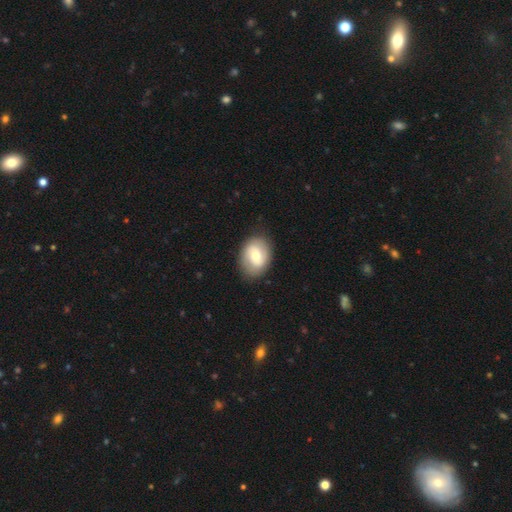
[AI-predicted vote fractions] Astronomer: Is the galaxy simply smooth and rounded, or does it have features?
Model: smooth — 56% (runner-up: featured or disk, 37%).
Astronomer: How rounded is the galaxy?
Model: in between — 70%.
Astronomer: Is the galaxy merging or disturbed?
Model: none — 83%.